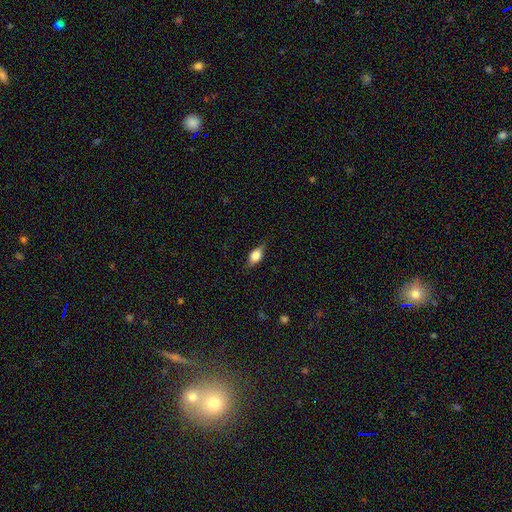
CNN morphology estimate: Overall: smooth (73%). How rounded: in between (79%). Merging: none (76%).